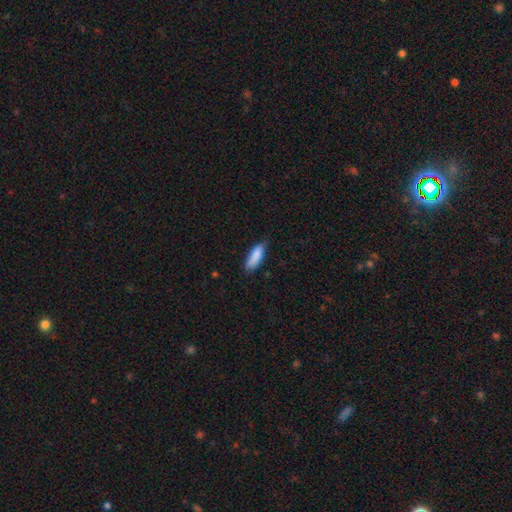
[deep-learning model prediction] A smooth galaxy with no disk features (87%) that is in between round and cigar-shaped (54%).

Vote fractions:
- Smooth or featured? smooth: 87% / featured or disk: 7% / star or artifact: 6%
- How rounded? in between: 54% / cigar-shaped: 44% / round: 2%
- Merging? none: 73% / minor disturbance: 22% / major disturbance: 3% / merger: 2%